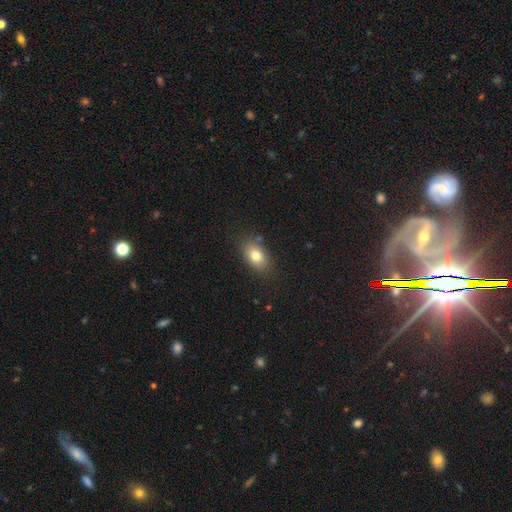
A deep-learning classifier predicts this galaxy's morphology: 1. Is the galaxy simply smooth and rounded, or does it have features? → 79% smooth, 11% featured or disk, 10% star or artifact.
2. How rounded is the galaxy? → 82% in between, 15% round, 2% cigar-shaped.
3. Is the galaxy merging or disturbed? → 82% none, 12% minor disturbance, 3% major disturbance, 2% merger.